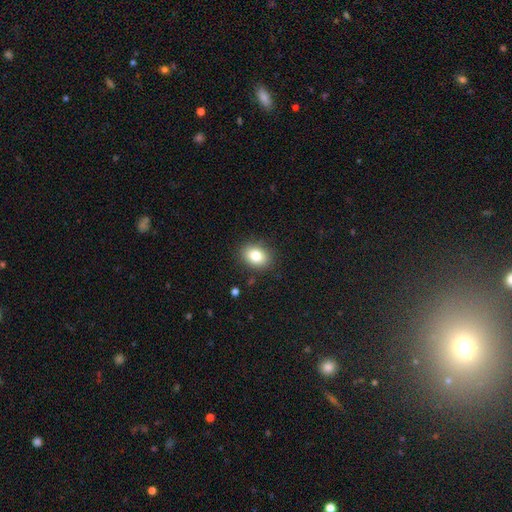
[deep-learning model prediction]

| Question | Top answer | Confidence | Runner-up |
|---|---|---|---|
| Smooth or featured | smooth | 82% | star or artifact (9%) |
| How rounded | in between | 68% | round (31%) |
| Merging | none | 86% | minor disturbance (10%) |